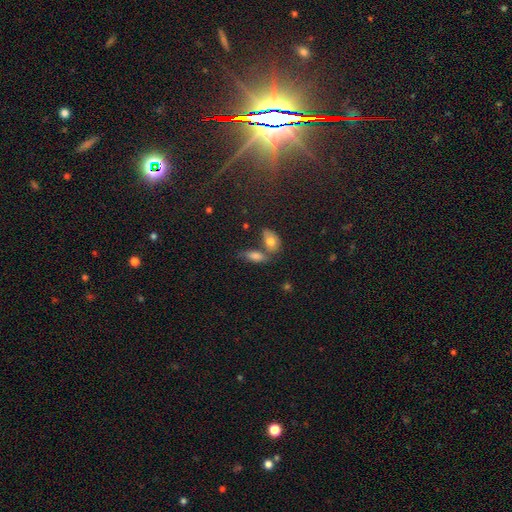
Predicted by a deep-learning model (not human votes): Smooth or featured? smooth (67%)
How rounded? in between (74%)
Merging? none (50%)